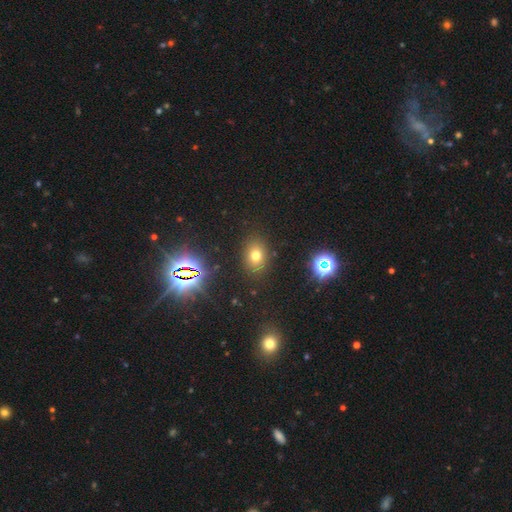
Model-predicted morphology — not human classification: Overall: smooth (66%). How rounded: in between (61%; round 38%). Merging: none (85%).